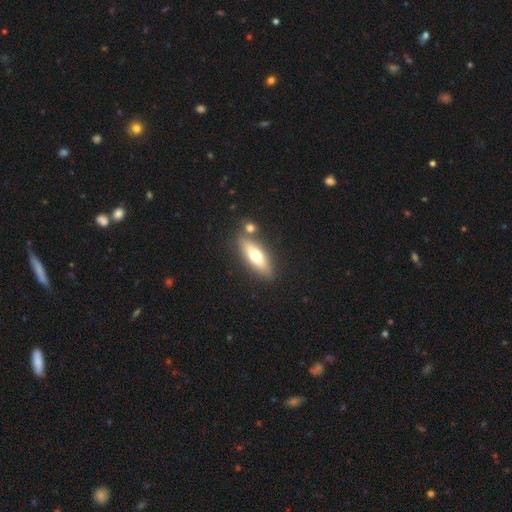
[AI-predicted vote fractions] Morphology: type=smooth (55%); roundness=cigar-shaped (52%); merging=none (75%).